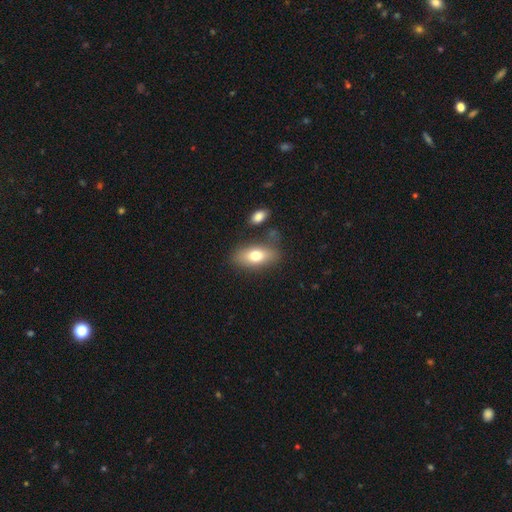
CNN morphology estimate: Smooth or featured: smooth — 73% (featured or disk — 19%)
How rounded: in between — 85% (cigar-shaped — 9%)
Merging: none — 76% (minor disturbance — 13%)